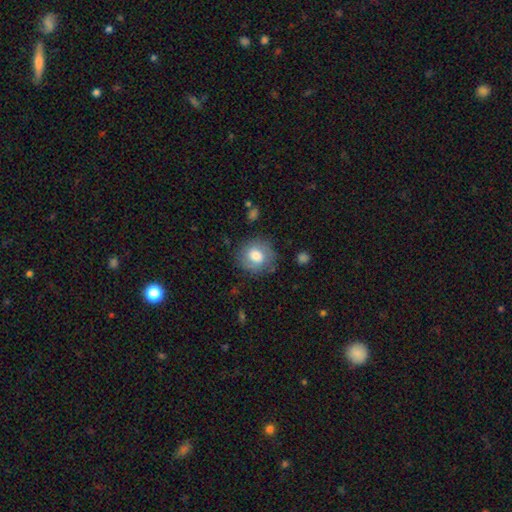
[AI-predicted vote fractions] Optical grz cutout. It shows a smooth galaxy with no disk features (74%) that is round (83%). Merging: none (79%).